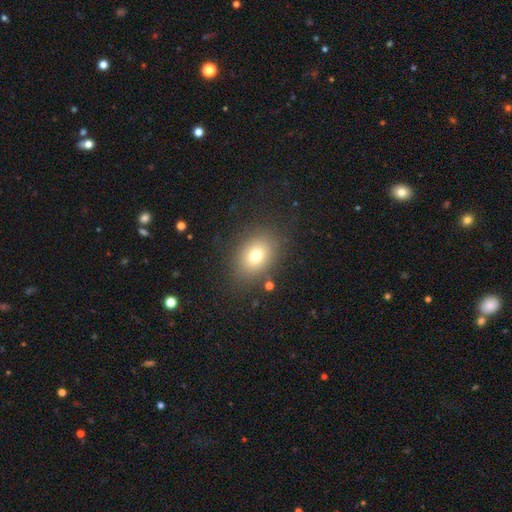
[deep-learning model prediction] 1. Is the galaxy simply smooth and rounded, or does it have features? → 75% smooth, 13% star or artifact, 12% featured or disk.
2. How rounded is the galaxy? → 65% in between, 34% round, 1% cigar-shaped.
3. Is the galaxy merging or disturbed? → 83% none, 11% minor disturbance, 4% major disturbance, 2% merger.